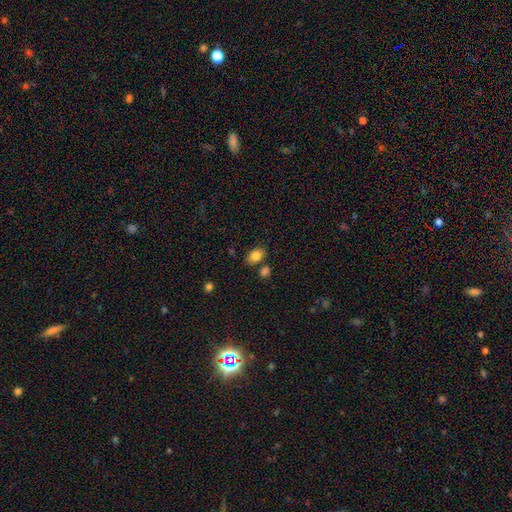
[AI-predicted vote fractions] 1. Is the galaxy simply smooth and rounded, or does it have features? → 83% smooth, 9% star or artifact, 8% featured or disk.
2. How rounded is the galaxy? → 82% in between, 16% round, 1% cigar-shaped.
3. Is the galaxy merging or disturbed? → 75% none, 13% minor disturbance, 9% merger, 3% major disturbance.